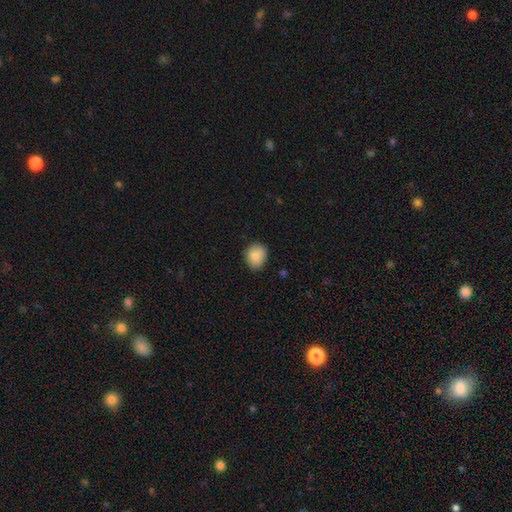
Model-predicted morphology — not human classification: A smooth galaxy with no disk features (87%) that is round (59%). Merging: none (81%).